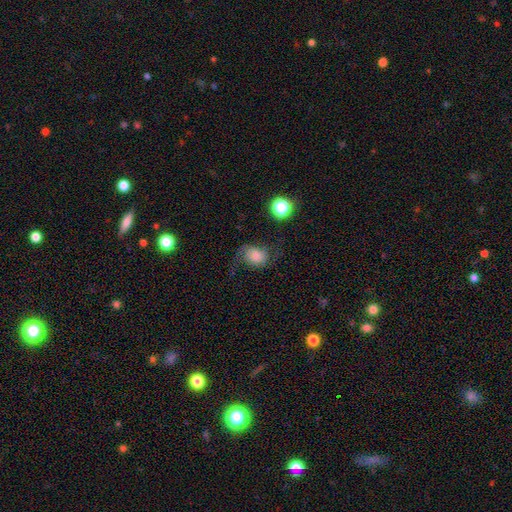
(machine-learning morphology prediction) This appears to be a smooth galaxy with no disk features (50%). Merging: none (51%).